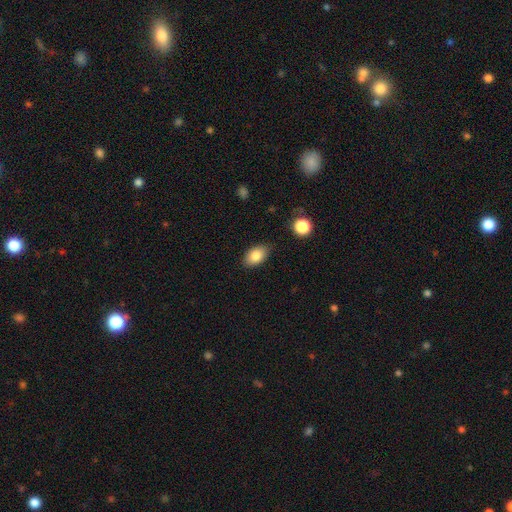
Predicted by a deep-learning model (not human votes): smooth 85%, star or artifact 8%, featured or disk 7%. Down the decision tree: how rounded — in between (88%); merging — none (84%).